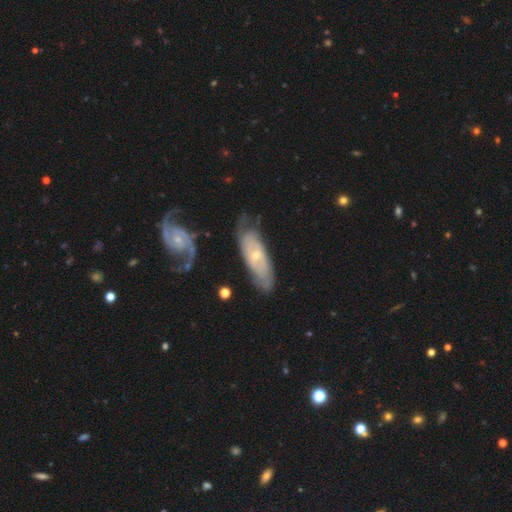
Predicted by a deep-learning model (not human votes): Smooth or featured?
  - featured or disk: 71% *
  - smooth: 24%
  - star or artifact: 6%
Edge-on disk?
  - no: 84% *
  - yes: 16%
Bar?
  - no: 71% *
  - weak: 23%
  - strong: 6%
Spiral arms?
  - yes: 79% *
  - no: 21%
Bulge size?
  - small: 65% *
  - moderate: 31%
  - large: 1%
  - none: 1%
  - dominant: 1%
Merging?
  - none: 63% *
  - minor disturbance: 23%
  - major disturbance: 9%
  - merger: 5%